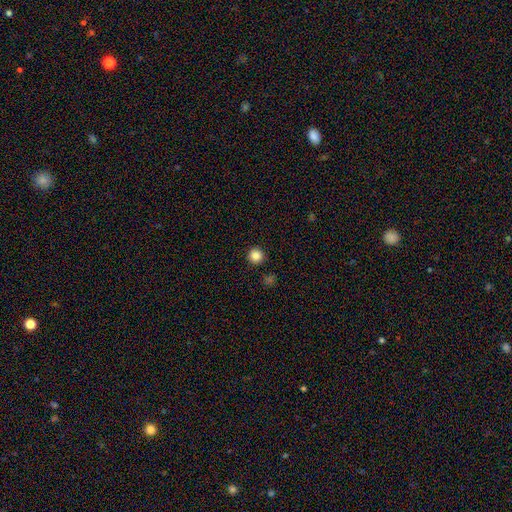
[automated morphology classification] type=smooth (84%); roundness=round (96%); merging=none (92%).